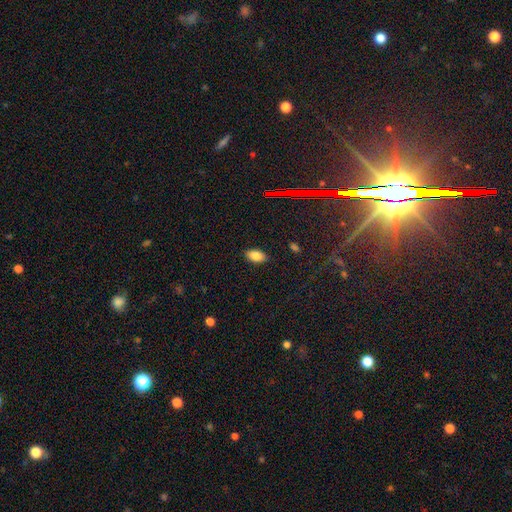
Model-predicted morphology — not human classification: A smooth galaxy with no disk features (84%) that is in between round and cigar-shaped (92%).

Vote fractions:
- Smooth or featured? smooth: 84% / star or artifact: 10% / featured or disk: 6%
- How rounded? in between: 92% / round: 5% / cigar-shaped: 2%
- Merging? none: 88% / minor disturbance: 9% / major disturbance: 2% / merger: 1%